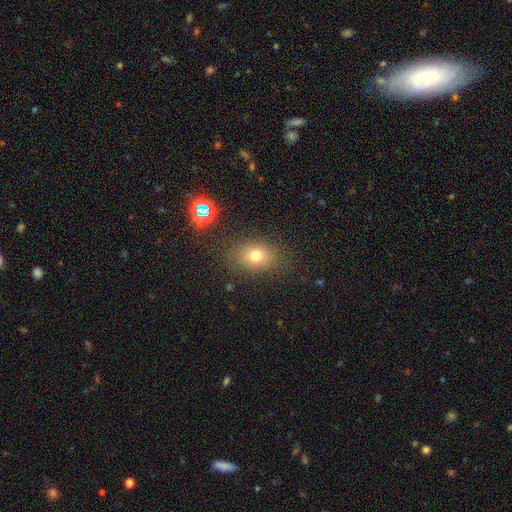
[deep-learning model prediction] smooth 73%, star or artifact 16%, featured or disk 11%. Down the decision tree: how rounded — in between (58%); merging — none (80%).